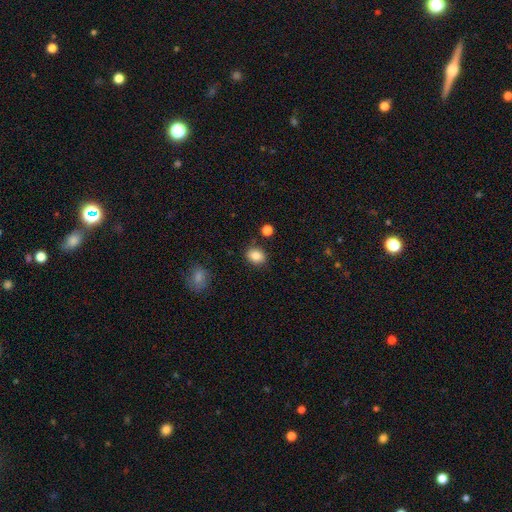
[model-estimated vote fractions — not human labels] Morphology: type=smooth (85%); roundness=in between (54%); merging=none (81%).